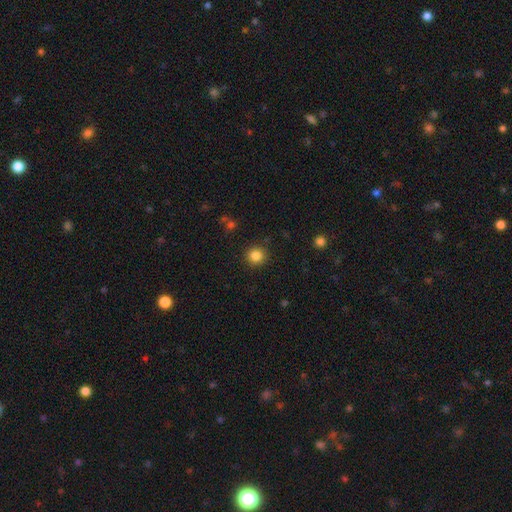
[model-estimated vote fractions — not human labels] smooth-or-featured: smooth: 84% | star or artifact: 12% | featured or disk: 5%
  how-rounded: round: 94% | in between: 6% | cigar-shaped: 1%
  merging: none: 90% | minor disturbance: 6% | major disturbance: 2% | merger: 1%